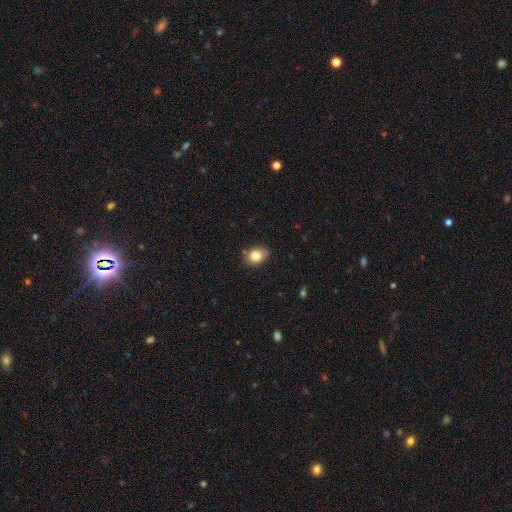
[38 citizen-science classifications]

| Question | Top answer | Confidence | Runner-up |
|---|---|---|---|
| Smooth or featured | smooth | 87% | featured or disk (8%) |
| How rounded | in between | 70% | round (30%) |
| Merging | none | 83% | minor disturbance (14%) |